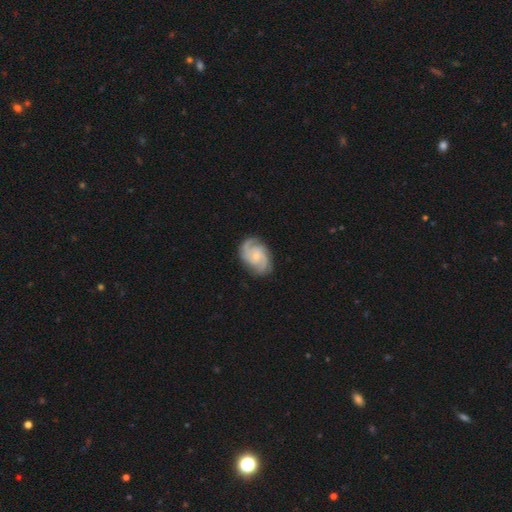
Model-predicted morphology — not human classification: featured or disk 89%, smooth 7%, star or artifact 4%. Down the decision tree: edge-on disk — no (98%); bar — no (67%); spiral arms — yes (98%); spiral arm count — 2 (39%); spiral winding — medium (46%); bulge size — small (67%); merging — none (79%).